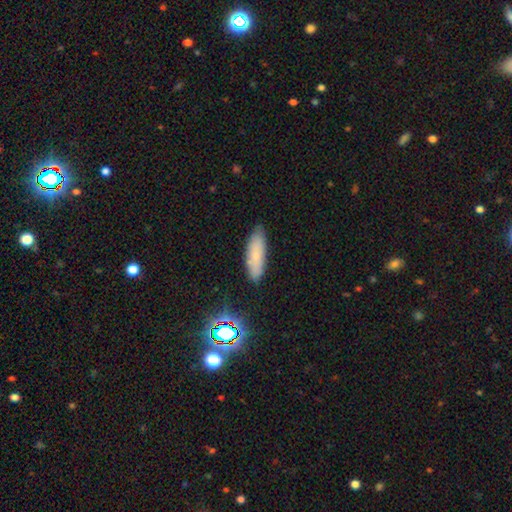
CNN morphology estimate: Smooth or featured: smooth — 71% (featured or disk — 18%)
How rounded: in between — 49% (cigar-shaped — 48%)
Merging: none — 81% (minor disturbance — 14%)